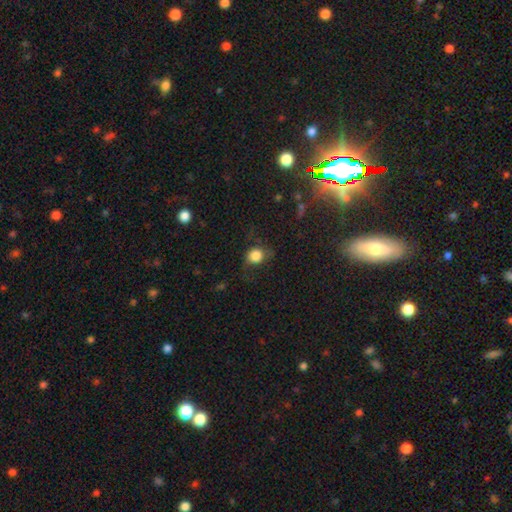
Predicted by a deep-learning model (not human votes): Morphology: type=smooth (81%); roundness=round (72%); merging=none (59%).